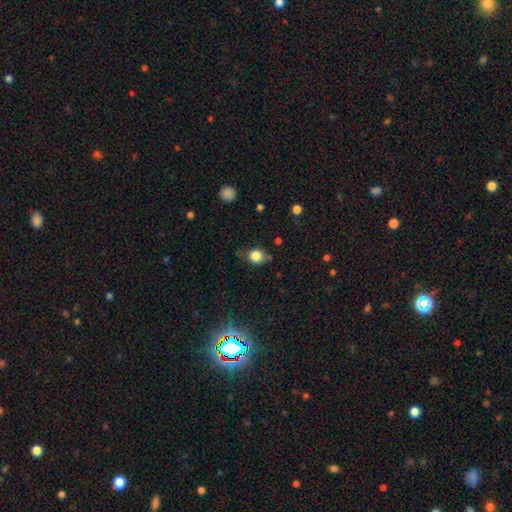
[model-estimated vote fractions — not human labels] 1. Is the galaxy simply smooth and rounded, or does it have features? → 82% smooth, 11% star or artifact, 7% featured or disk.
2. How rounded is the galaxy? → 71% round, 28% in between, 1% cigar-shaped.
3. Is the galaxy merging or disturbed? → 67% none, 23% minor disturbance, 6% major disturbance, 3% merger.